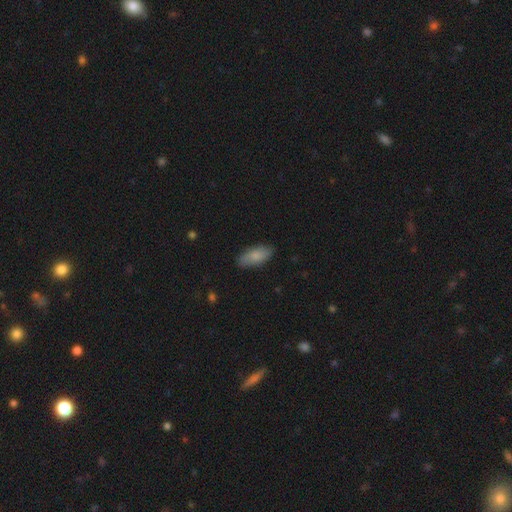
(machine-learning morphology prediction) Q: Smooth or featured?
A: smooth (81%); runner-up: featured or disk (13%)
Q: How rounded?
A: in between (89%); runner-up: cigar-shaped (9%)
Q: Merging?
A: none (82%); runner-up: minor disturbance (14%)